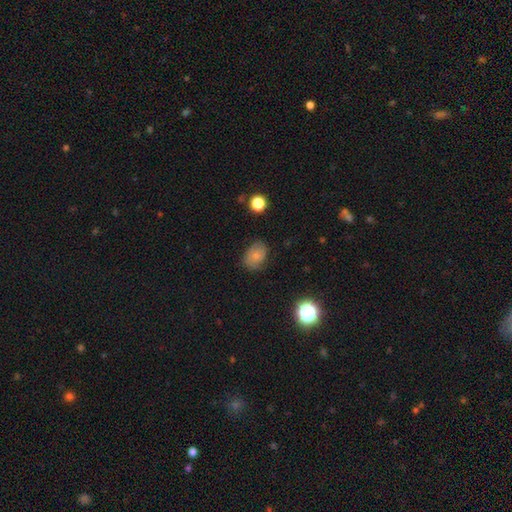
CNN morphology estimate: A smooth galaxy with no disk features (66%) that is in between round and cigar-shaped (67%). Merging: none (64%).